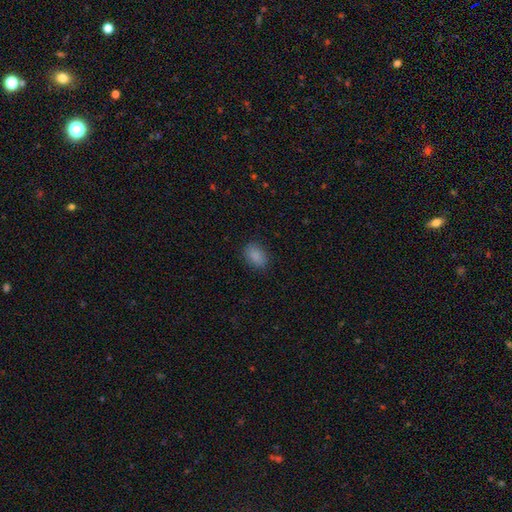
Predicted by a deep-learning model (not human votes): This appears to be a smooth galaxy with no disk features (87%) that is in between round and cigar-shaped (83%). Merging: none (84%).